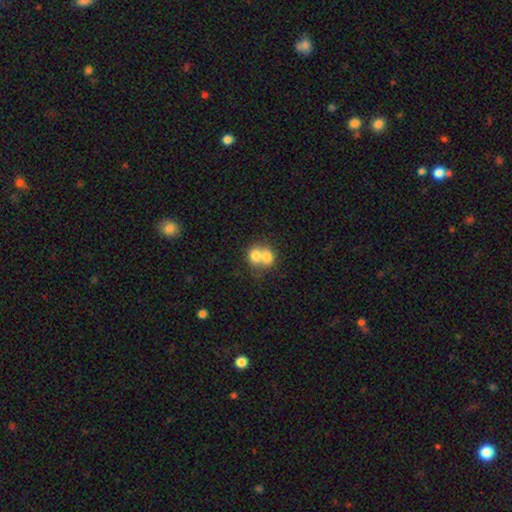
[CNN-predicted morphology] smooth 70%, featured or disk 21%, star or artifact 9%. Down the decision tree: how rounded — round (66%); merging — merger (73%).